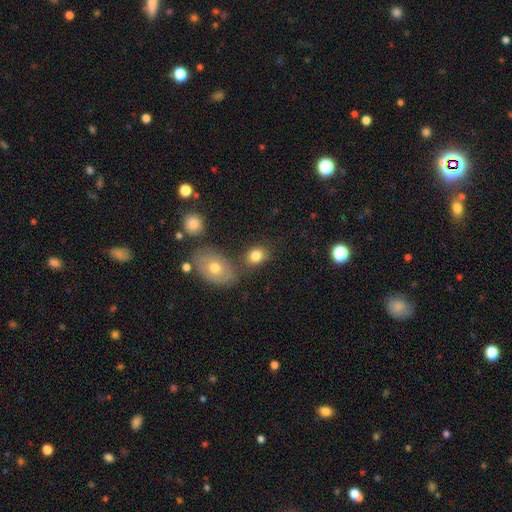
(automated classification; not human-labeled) Smooth or featured: smooth — 80% (featured or disk — 11%)
How rounded: in between — 67% (round — 32%)
Merging: none — 65% (minor disturbance — 15%)